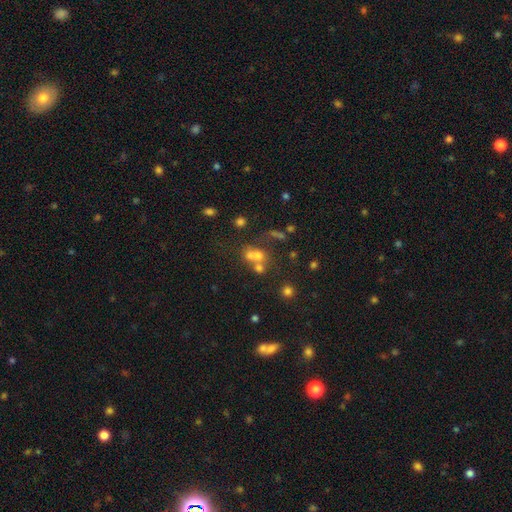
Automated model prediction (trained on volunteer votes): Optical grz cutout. It shows a smooth galaxy with no disk features (52%) that is round (70%). Merging: merger (52%).